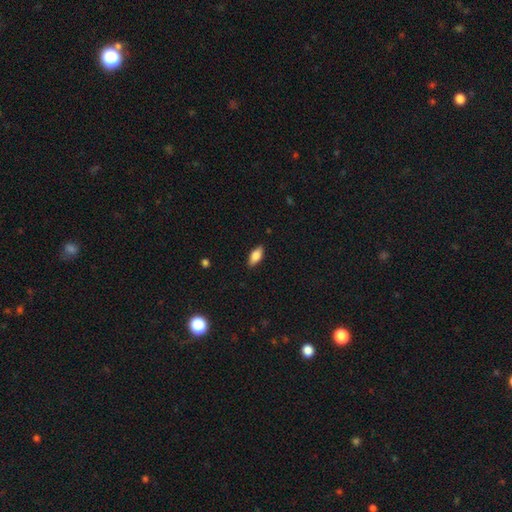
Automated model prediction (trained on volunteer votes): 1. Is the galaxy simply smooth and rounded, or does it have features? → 78% smooth, 15% featured or disk, 7% star or artifact.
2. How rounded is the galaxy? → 84% in between, 13% cigar-shaped, 3% round.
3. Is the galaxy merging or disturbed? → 87% none, 10% minor disturbance, 2% major disturbance, 1% merger.